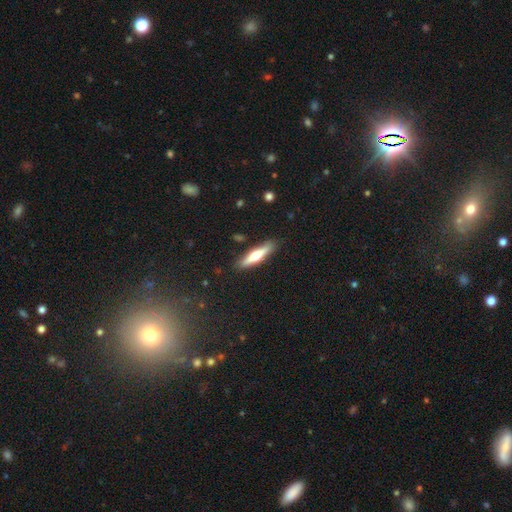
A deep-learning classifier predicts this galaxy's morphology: This is possibly a smooth galaxy (49%). Merging: clearly none (87%).